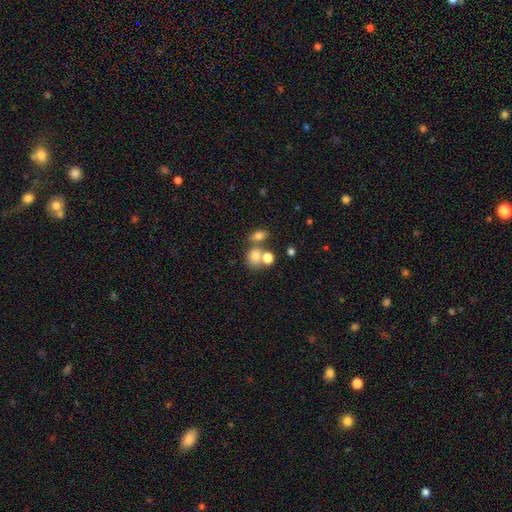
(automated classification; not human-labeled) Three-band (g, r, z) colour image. It shows a smooth galaxy with no disk features (76%) that is round (55%). Merging: merger (42%, tied with none).